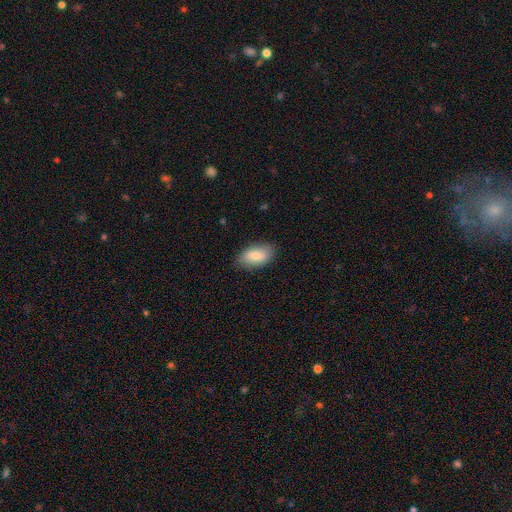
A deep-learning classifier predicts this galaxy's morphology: Smooth or featured? Predicted: smooth (p=0.76). How rounded? Predicted: in between (p=0.93). Merging? Predicted: none (p=0.84).